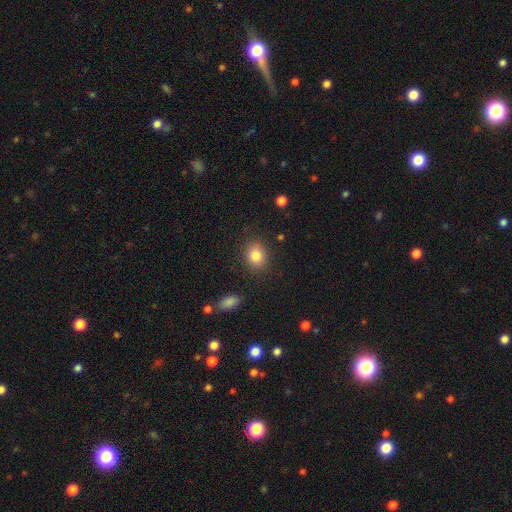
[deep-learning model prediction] smooth-or-featured: smooth: 84% | star or artifact: 9% | featured or disk: 7%
  how-rounded: round: 56% | in between: 43% | cigar-shaped: 1%
  merging: none: 85% | minor disturbance: 10% | major disturbance: 3% | merger: 2%